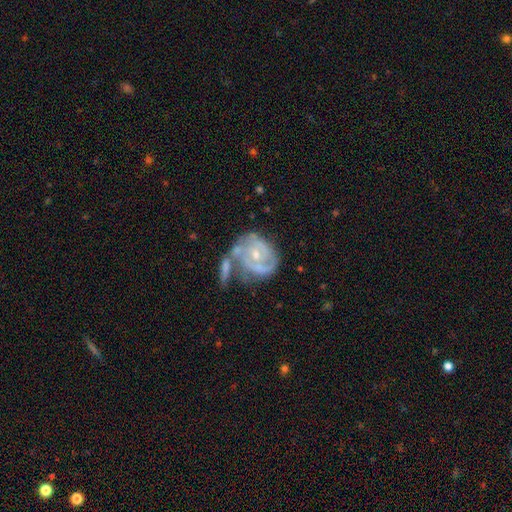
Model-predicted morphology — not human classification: The model was most divided on "merging": none: 33%, merger: 30%, minor disturbance: 21%, major disturbance: 16%. Remaining: edge-on disk — no (97%); spiral arms — yes (86%); smooth or featured — featured or disk (80%); bar — no (61%); spiral winding — tight (55%); bulge size — small (51%); spiral arm count — 2 (43%).